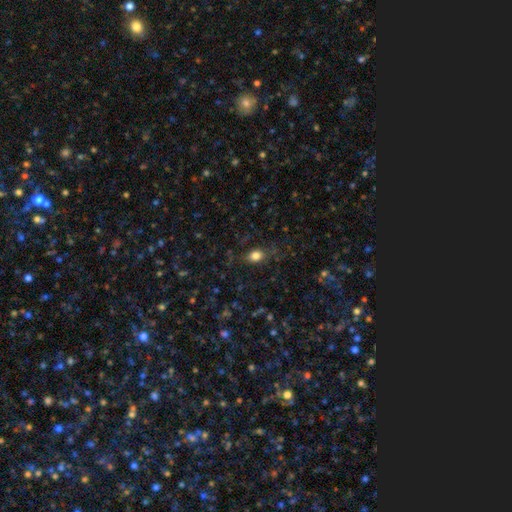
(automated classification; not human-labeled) smooth_or_featured: smooth (p=0.79) [alt: star or artifact p=0.12]
how_rounded: in between (p=0.74) [alt: round p=0.24]
merging: none (p=0.78) [alt: minor disturbance p=0.15]